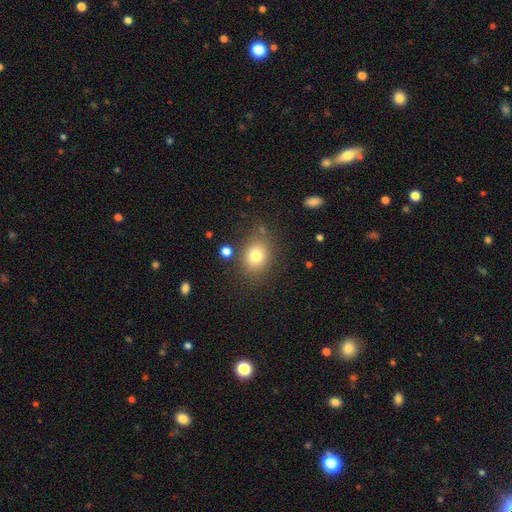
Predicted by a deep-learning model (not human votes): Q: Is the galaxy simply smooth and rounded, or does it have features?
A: smooth — 77%.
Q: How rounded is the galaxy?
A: round — 56%.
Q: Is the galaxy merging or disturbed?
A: none — 77%.